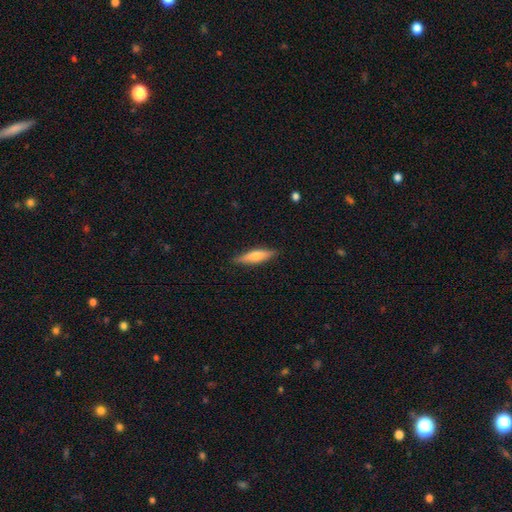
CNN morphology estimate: Smooth or featured?
  - smooth: 56% *
  - featured or disk: 38%
  - star or artifact: 6%
How rounded?
  - cigar-shaped: 77% *
  - in between: 21%
  - round: 2%
Merging?
  - none: 88% *
  - minor disturbance: 9%
  - major disturbance: 2%
  - merger: 1%